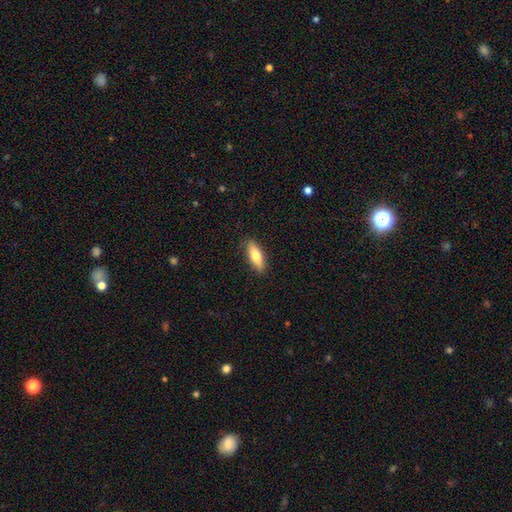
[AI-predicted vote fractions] smooth 73%, featured or disk 20%, star or artifact 6%. Down the decision tree: how rounded — in between (58%); merging — none (87%).